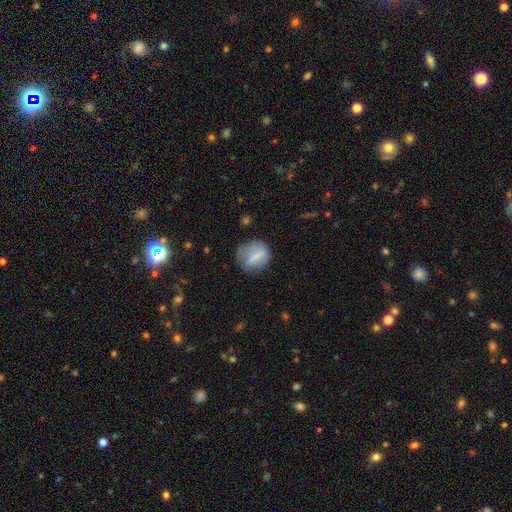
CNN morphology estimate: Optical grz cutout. It shows a smooth galaxy with no disk features (71%) that is round (65%). Merging: none (63%).